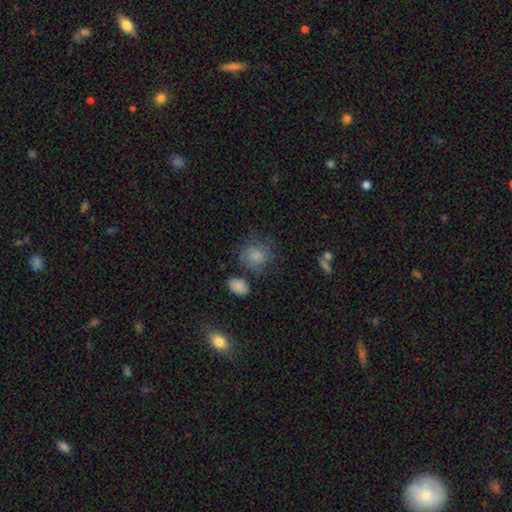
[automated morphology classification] Smooth or featured? smooth (80%)
How rounded? round (74%)
Merging? none (60%)